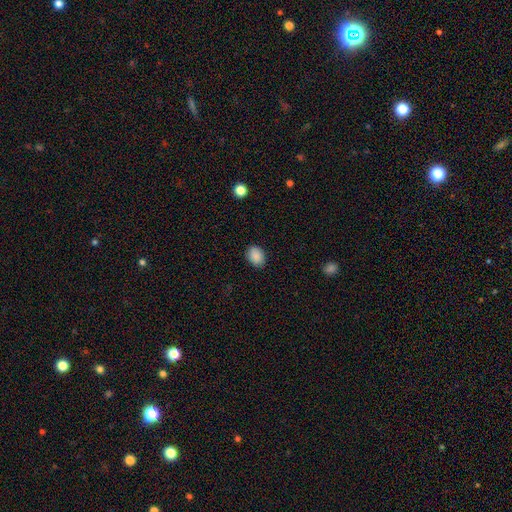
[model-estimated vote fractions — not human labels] Smooth or featured?
  - smooth: 88% *
  - star or artifact: 8%
  - featured or disk: 3%
How rounded?
  - in between: 68% *
  - round: 31%
  - cigar-shaped: 1%
Merging?
  - none: 84% *
  - minor disturbance: 12%
  - major disturbance: 3%
  - merger: 1%